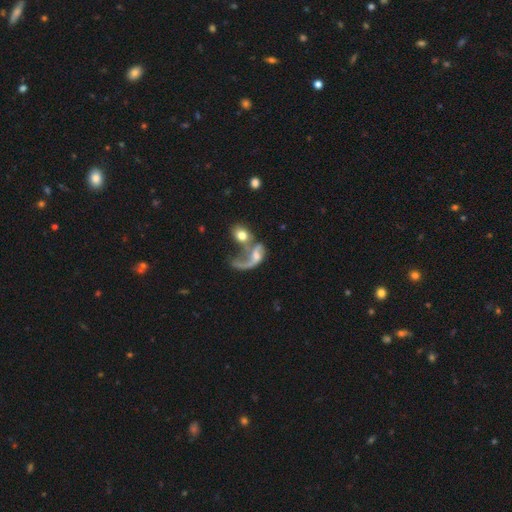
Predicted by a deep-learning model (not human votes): This appears to be a featured or disk galaxy (65%) with no bar (58%), spiral arms (74%) and a moderate central bulge (43%). Merging: merger (54%).